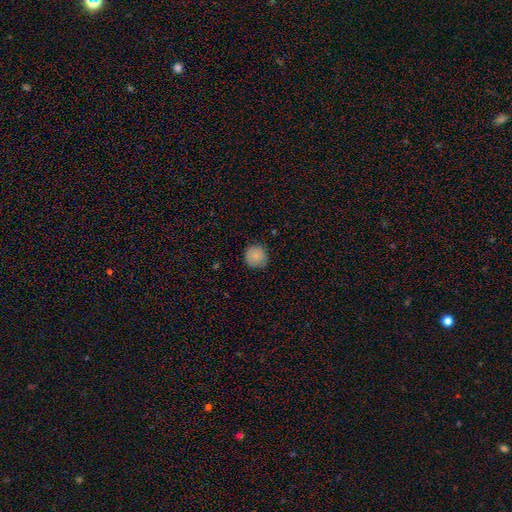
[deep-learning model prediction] Smooth or featured?
  - smooth: 87% *
  - star or artifact: 8%
  - featured or disk: 5%
How rounded?
  - round: 93% *
  - in between: 6%
  - cigar-shaped: 1%
Merging?
  - none: 86% *
  - minor disturbance: 10%
  - major disturbance: 2%
  - merger: 1%